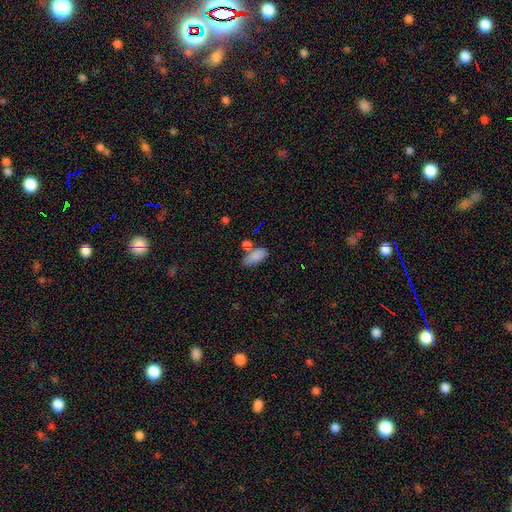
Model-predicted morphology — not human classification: A smooth galaxy with no disk features (83%) that is in between round and cigar-shaped (85%).

Vote fractions:
- Smooth or featured? smooth: 83% / star or artifact: 9% / featured or disk: 8%
- How rounded? in between: 85% / cigar-shaped: 11% / round: 4%
- Merging? none: 51% / merger: 24% / minor disturbance: 19% / major disturbance: 6%